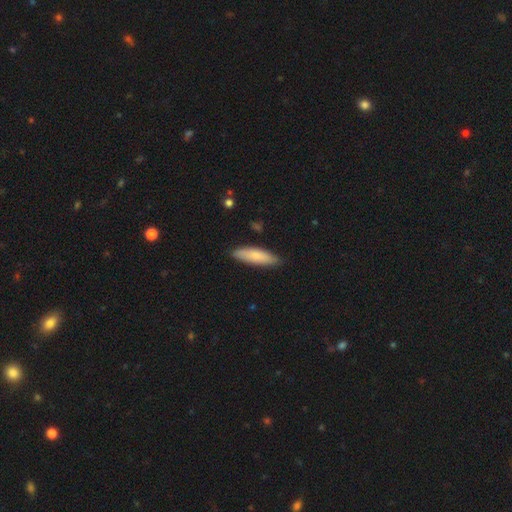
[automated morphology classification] type=smooth (80%); roundness=cigar-shaped (62%); merging=none (84%).